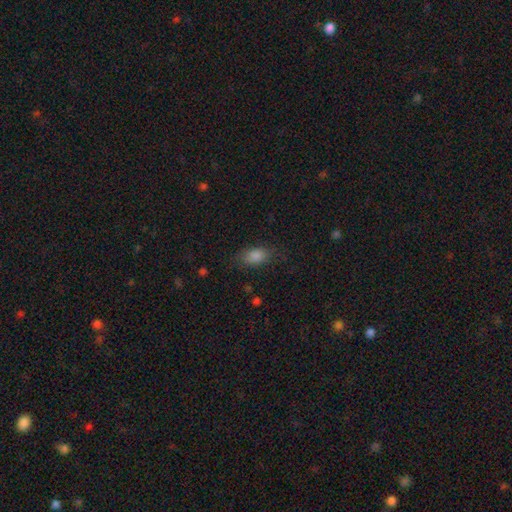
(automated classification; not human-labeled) smooth_or_featured: smooth (p=0.83) [alt: star or artifact p=0.10]
how_rounded: in between (p=0.86) [alt: round p=0.08]
merging: none (p=0.78) [alt: minor disturbance p=0.15]